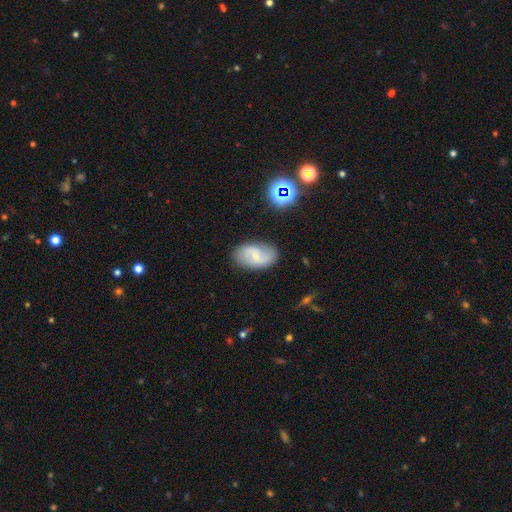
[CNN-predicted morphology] Smooth or featured? Predicted: featured or disk (p=0.65). Edge-on disk? Predicted: no (p=0.96). Bar? Predicted: weak (p=0.53). Spiral arms? Predicted: yes (p=0.87). Spiral winding? Predicted: loose (p=0.51). Spiral arm count? Predicted: 2 (p=0.87). Bulge size? Predicted: small (p=0.69). Merging? Predicted: none (p=0.82).